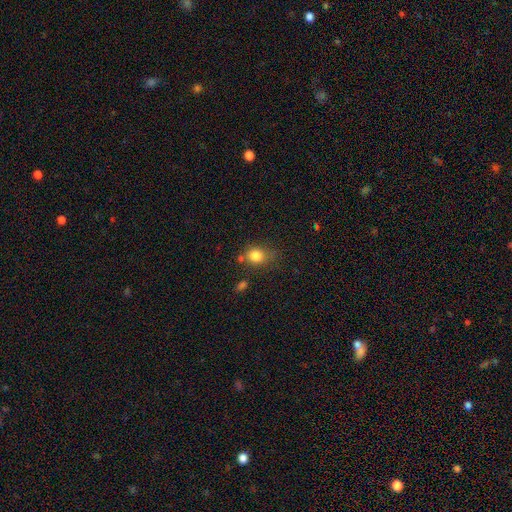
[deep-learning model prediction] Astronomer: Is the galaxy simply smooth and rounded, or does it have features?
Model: smooth — 81%.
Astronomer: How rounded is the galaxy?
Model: round — 59% (runner-up: in between, 40%).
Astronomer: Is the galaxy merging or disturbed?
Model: none — 60%.